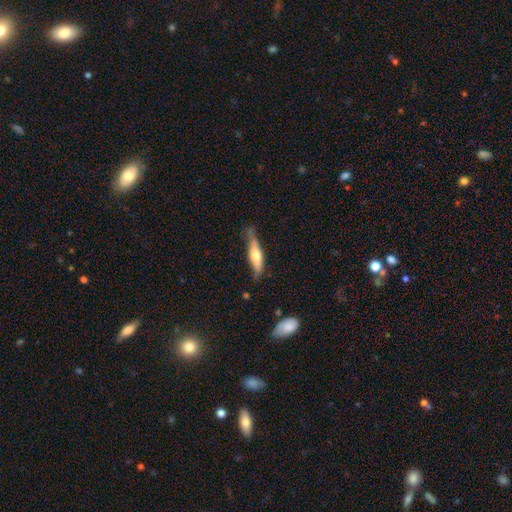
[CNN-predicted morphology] smooth-or-featured: smooth: 50% | featured or disk: 45% | star or artifact: 6%
  merging: none: 64% | minor disturbance: 27% | major disturbance: 6% | merger: 3%